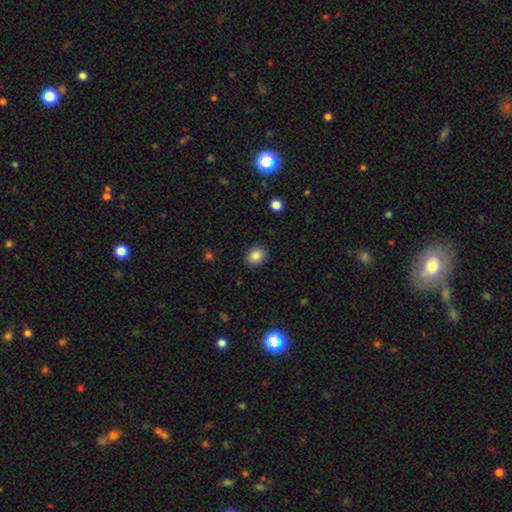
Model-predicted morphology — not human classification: type=smooth (86%); roundness=round (60%); merging=none (89%).